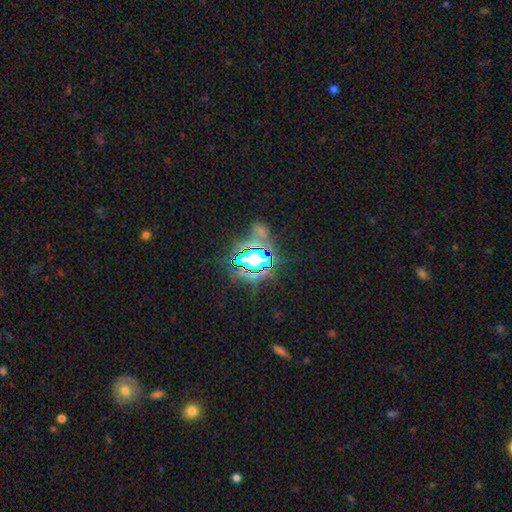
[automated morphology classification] A star or artifact, not a galaxy (73%).

Vote fractions:
- Smooth or featured? star or artifact: 73% / smooth: 16% / featured or disk: 11%